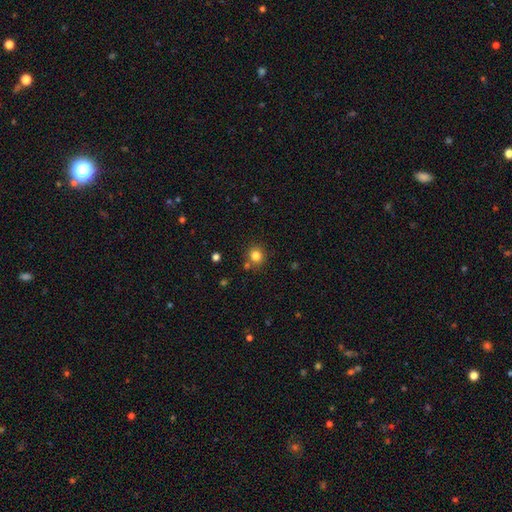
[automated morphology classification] The model was most divided on "smooth or featured": smooth: 81%, star or artifact: 13%, featured or disk: 6%. More confident: how rounded — round (87%); merging — none (79%).